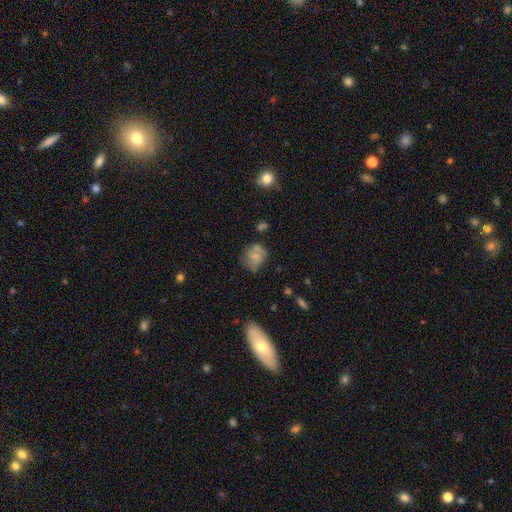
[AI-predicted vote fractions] smooth_or_featured: smooth (p=0.62) [alt: featured or disk p=0.26]
how_rounded: round (p=0.58) [alt: in between p=0.41]
merging: none (p=0.46) [alt: minor disturbance p=0.28]